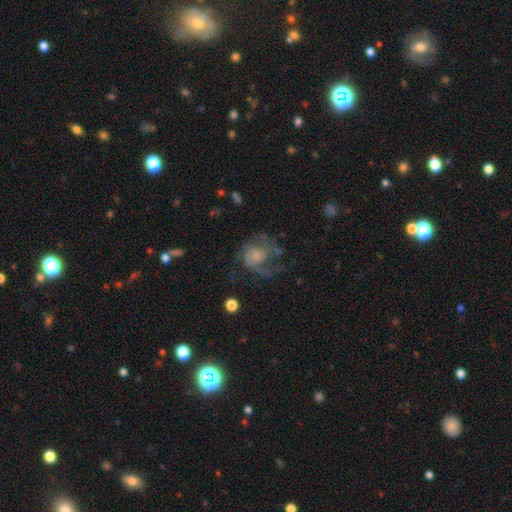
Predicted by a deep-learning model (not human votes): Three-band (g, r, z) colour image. It shows a featured or disk galaxy (64%) with no bar (78%), spiral arms (78%) and a small central bulge (34%). Merging: none (40%).